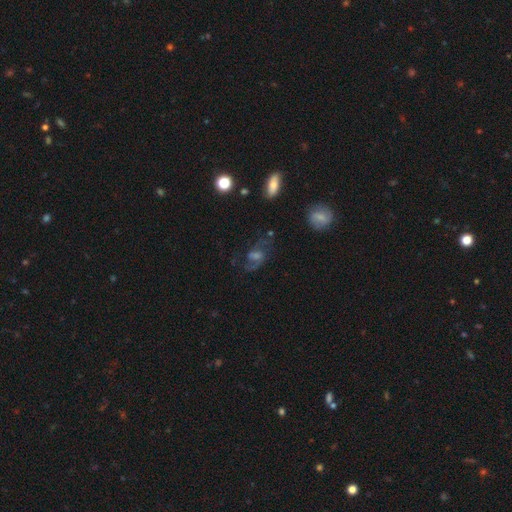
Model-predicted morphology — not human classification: This is likely a featured or disk galaxy (66%). It is clearly not viewed edge-on (95%). Bar: marginally weak (45%). Spiral arm pattern: clearly yes (86%). Spiral arm count: clearly 2 (82%). Spiral winding: possibly medium (48%). Central bulge: marginally moderate (36%). Merging: likely none (65%).